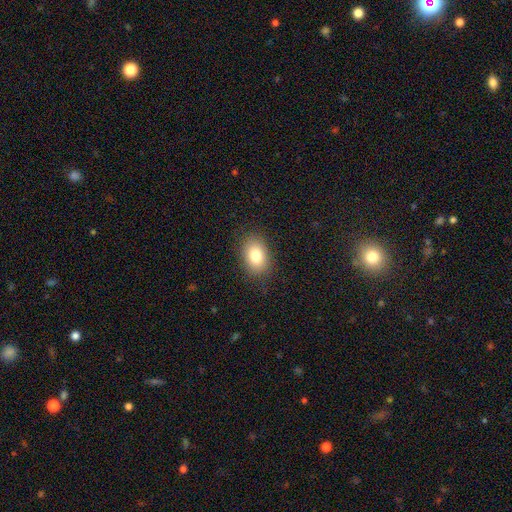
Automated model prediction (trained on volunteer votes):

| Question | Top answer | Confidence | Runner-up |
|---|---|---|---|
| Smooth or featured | smooth | 80% | star or artifact (10%) |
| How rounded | in between | 75% | round (24%) |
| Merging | none | 87% | minor disturbance (9%) |